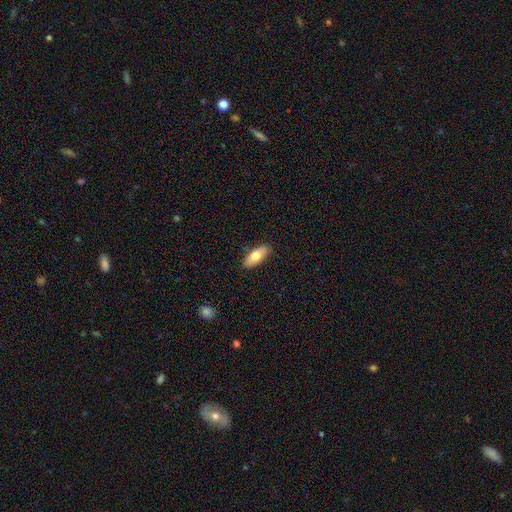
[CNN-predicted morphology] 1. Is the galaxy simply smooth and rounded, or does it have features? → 72% smooth, 22% featured or disk, 6% star or artifact.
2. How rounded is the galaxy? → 78% in between, 20% cigar-shaped, 2% round.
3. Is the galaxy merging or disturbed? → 88% none, 9% minor disturbance, 2% major disturbance, 1% merger.